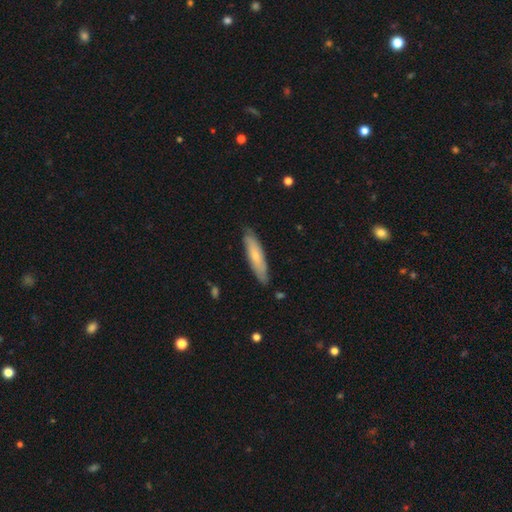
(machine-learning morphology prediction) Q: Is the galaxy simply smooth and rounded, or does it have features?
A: smooth — 60%.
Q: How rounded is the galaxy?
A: cigar-shaped — 77%.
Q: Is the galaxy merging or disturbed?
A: none — 82%.